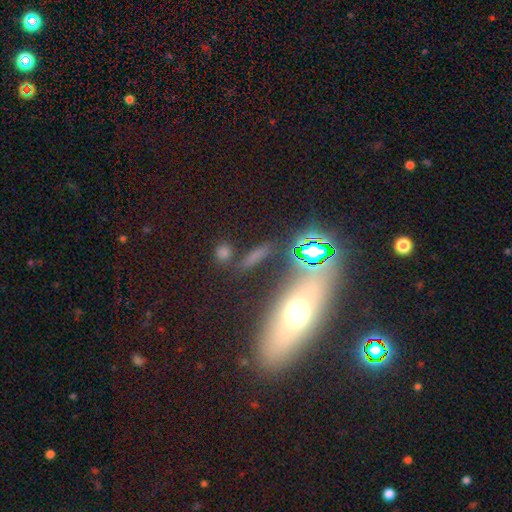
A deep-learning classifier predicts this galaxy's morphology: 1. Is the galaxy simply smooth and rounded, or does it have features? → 50% smooth, 30% star or artifact, 20% featured or disk.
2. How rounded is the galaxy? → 46% cigar-shaped, 31% in between, 23% round.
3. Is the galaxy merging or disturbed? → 80% none, 10% minor disturbance, 6% merger, 4% major disturbance.